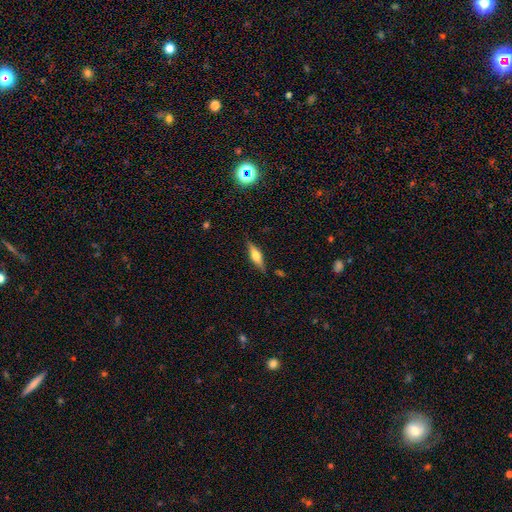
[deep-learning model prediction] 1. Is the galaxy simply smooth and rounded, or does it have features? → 58% featured or disk, 35% smooth, 7% star or artifact.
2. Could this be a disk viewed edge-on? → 94% yes, 6% no.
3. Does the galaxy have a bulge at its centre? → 89% rounded, 9% boxy, 2% none.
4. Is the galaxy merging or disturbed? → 84% none, 11% minor disturbance, 3% major disturbance, 2% merger.